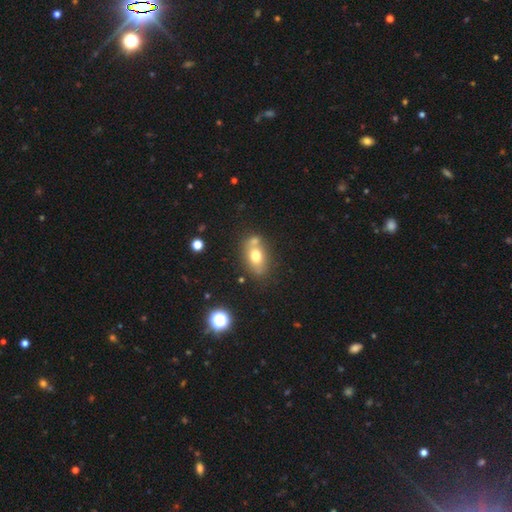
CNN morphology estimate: Smooth or featured? Predicted: smooth (p=0.69). How rounded? Predicted: in between (p=0.75). Merging? Predicted: none (p=0.54).